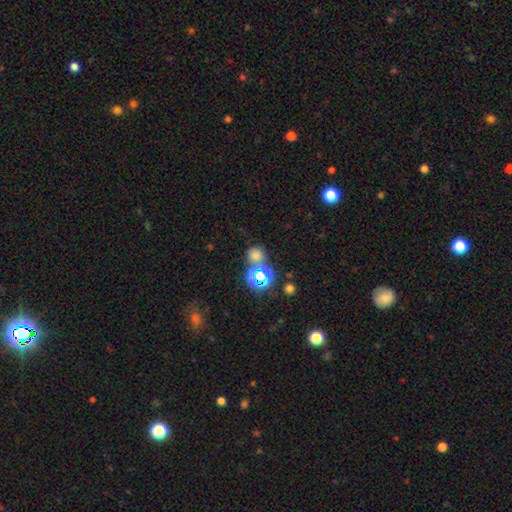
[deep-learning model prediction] Morphology: type=smooth (60%); roundness=round (83%); merging=none (65%).